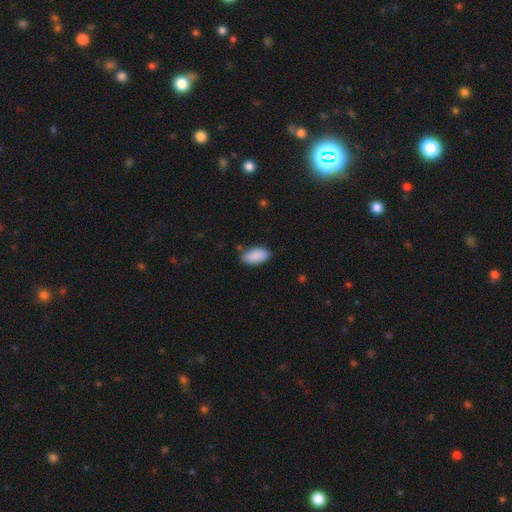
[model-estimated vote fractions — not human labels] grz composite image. It shows a smooth galaxy with no disk features (89%) that is in between round and cigar-shaped (94%). Merging: none (79%).